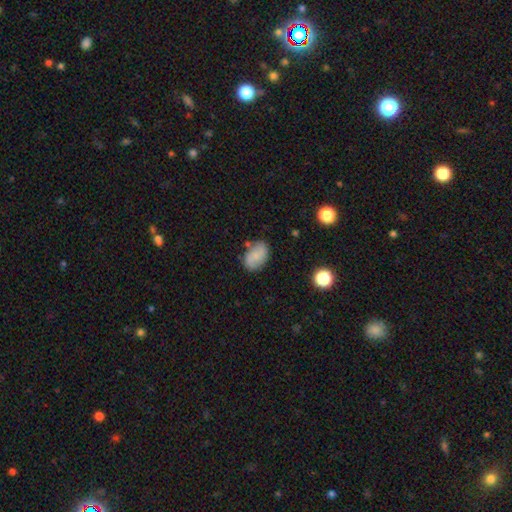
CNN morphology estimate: A smooth galaxy with no disk features (71%) that is in between round and cigar-shaped (86%). Merging: none (74%).